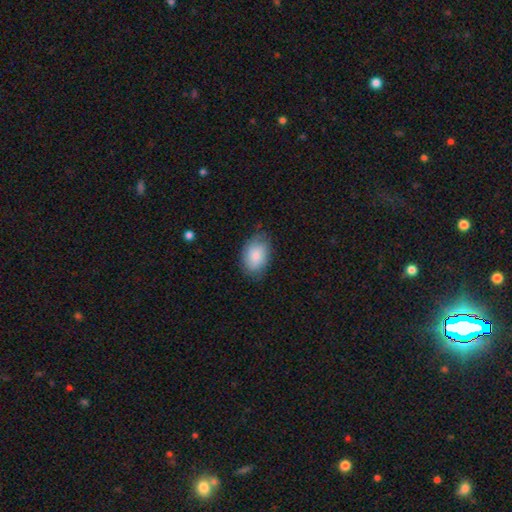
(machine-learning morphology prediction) Overall: smooth (84%). How rounded: in between (87%). Merging: none (75%).